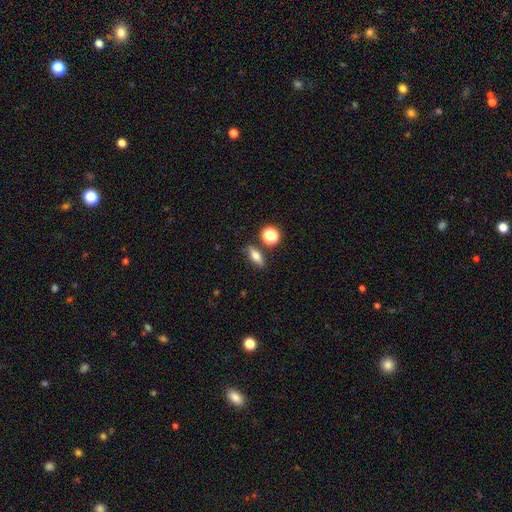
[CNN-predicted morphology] Smooth or featured? Predicted: smooth (p=0.71). How rounded? Predicted: in between (p=0.61). Merging? Predicted: none (p=0.78).